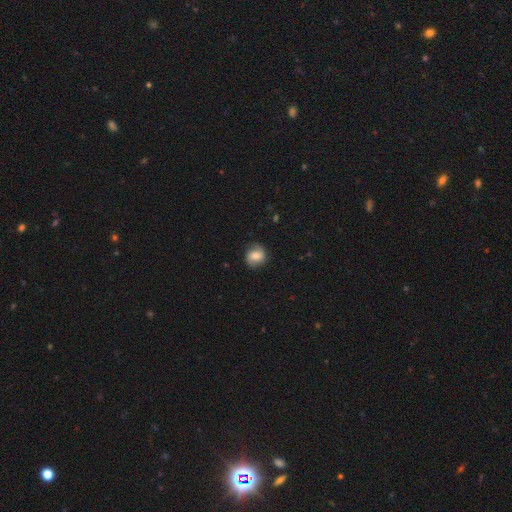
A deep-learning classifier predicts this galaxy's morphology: Smooth or featured: smooth — 58% (featured or disk — 33%)
How rounded: round — 73% (in between — 26%)
Merging: none — 79% (minor disturbance — 15%)